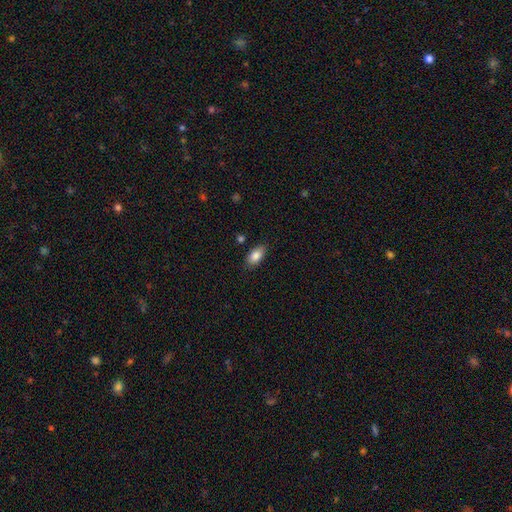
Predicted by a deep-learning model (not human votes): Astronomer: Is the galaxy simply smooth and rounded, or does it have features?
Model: smooth — 84%.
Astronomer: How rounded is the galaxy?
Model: in between — 91%.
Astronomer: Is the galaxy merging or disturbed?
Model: none — 83%.